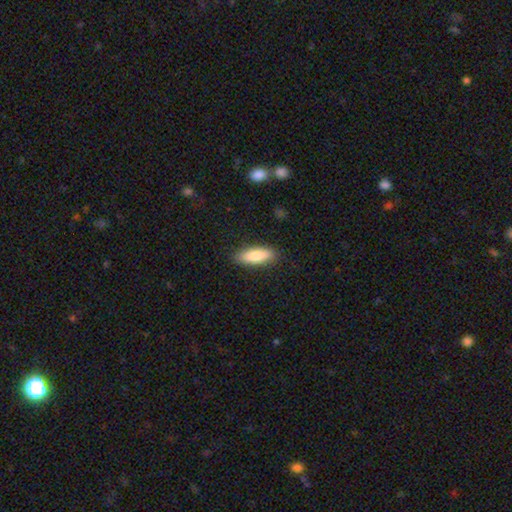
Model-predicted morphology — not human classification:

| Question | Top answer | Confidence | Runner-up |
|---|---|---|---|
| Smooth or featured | smooth | 81% | featured or disk (13%) |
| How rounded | in between | 60% | cigar-shaped (38%) |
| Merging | none | 88% | minor disturbance (9%) |